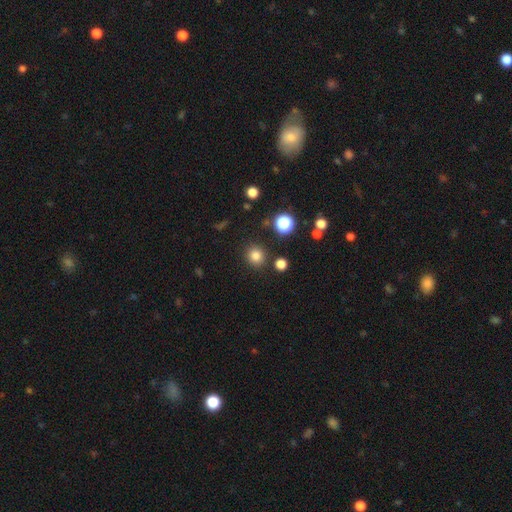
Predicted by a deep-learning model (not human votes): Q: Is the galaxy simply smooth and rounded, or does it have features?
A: smooth — 81%.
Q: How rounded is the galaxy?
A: round — 89%.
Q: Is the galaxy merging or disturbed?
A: none — 88%.